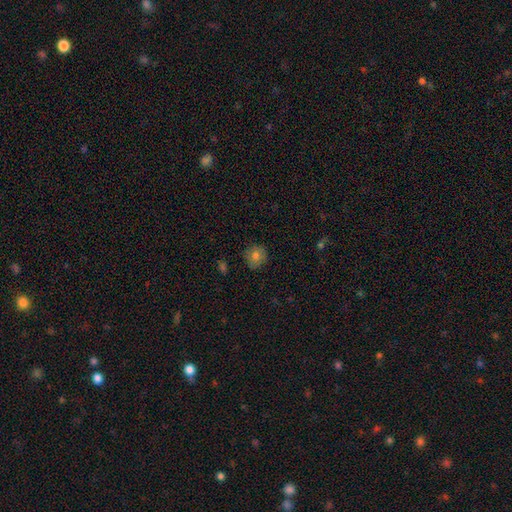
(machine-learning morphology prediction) A smooth galaxy with no disk features (78%) that is round (87%). Merging: none (83%).